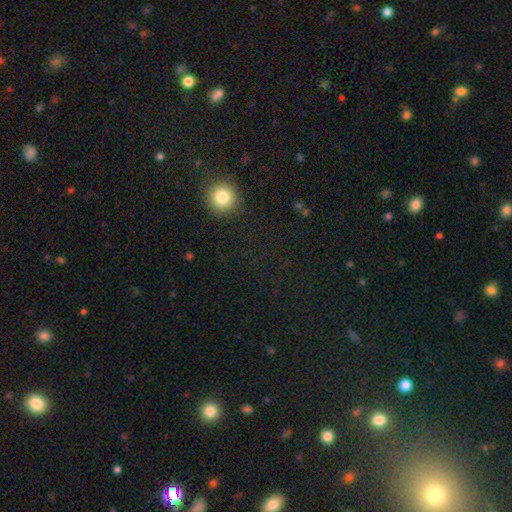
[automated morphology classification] This appears to be a smooth galaxy with no disk features (50%) that is round (86%). Merging: none (84%).